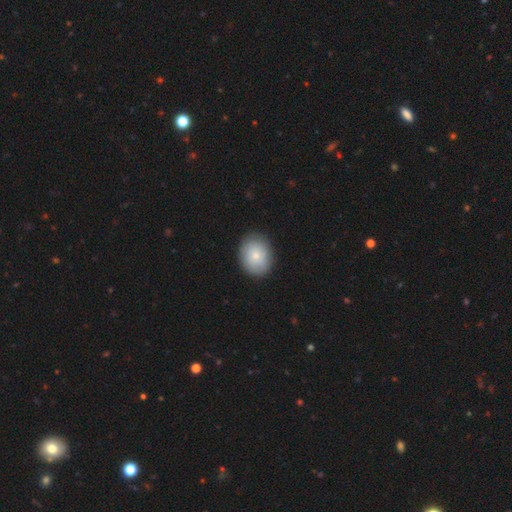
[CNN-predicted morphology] smooth_or_featured: smooth (p=0.80) [alt: featured or disk p=0.14]
how_rounded: in between (p=0.56) [alt: round p=0.43]
merging: none (p=0.87) [alt: minor disturbance p=0.10]